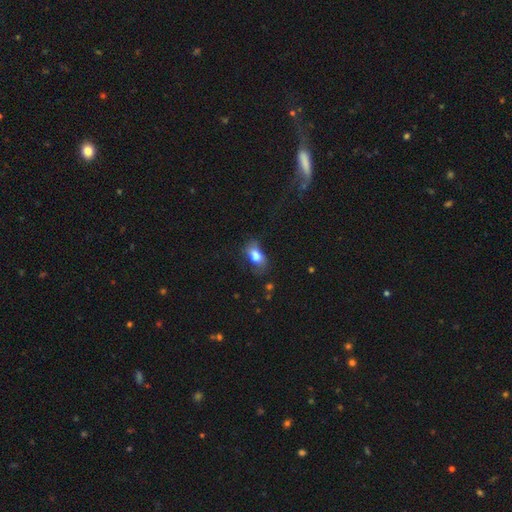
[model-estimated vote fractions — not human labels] This appears to be a smooth galaxy with no disk features (76%) that is in between round and cigar-shaped (87%). Merging: none (45%).